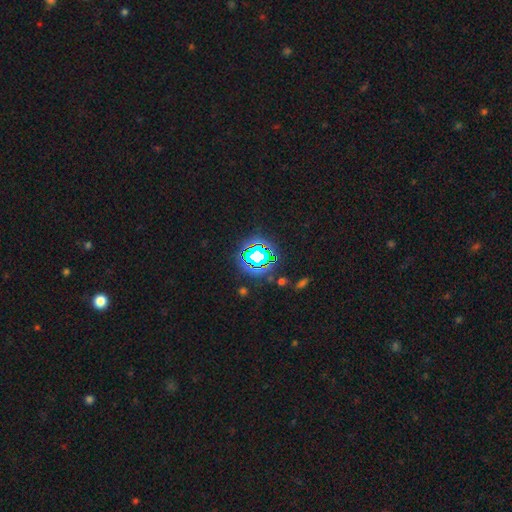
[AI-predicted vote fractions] Overall: star or artifact (69%).